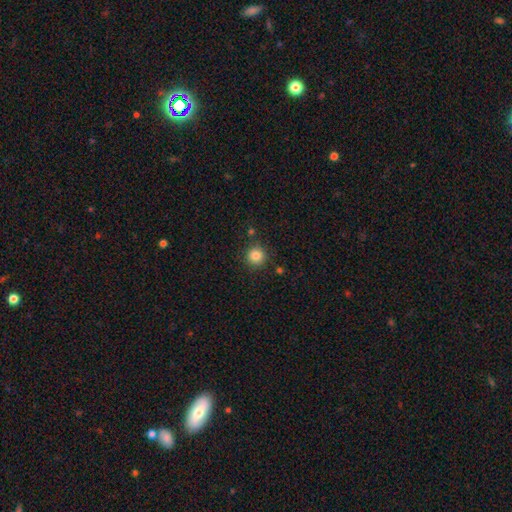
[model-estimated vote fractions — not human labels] Smooth or featured: smooth — 83% (star or artifact — 11%)
How rounded: round — 95% (in between — 4%)
Merging: none — 88% (minor disturbance — 7%)